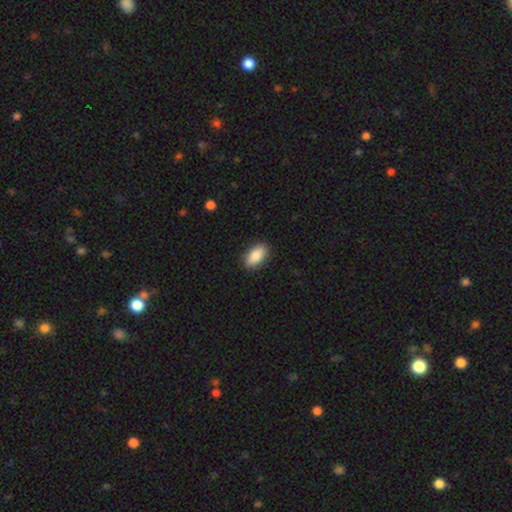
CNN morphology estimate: smooth-or-featured: smooth: 87% | featured or disk: 7% | star or artifact: 6%
  how-rounded: in between: 92% | round: 4% | cigar-shaped: 4%
  merging: none: 88% | minor disturbance: 8% | major disturbance: 2% | merger: 1%